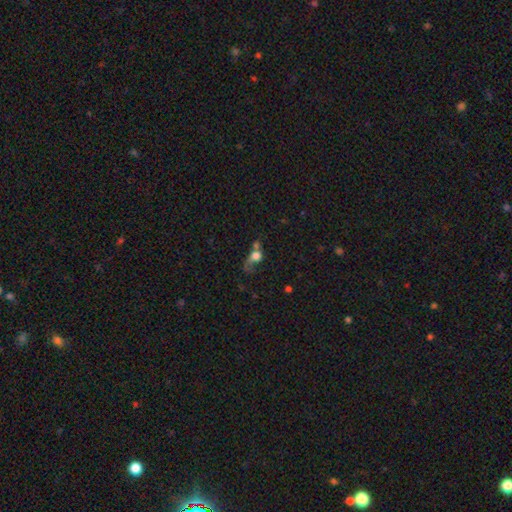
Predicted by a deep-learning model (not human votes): This is likely a smooth galaxy (61%). How rounded: possibly round (56%). Merging: marginally major disturbance (36%).